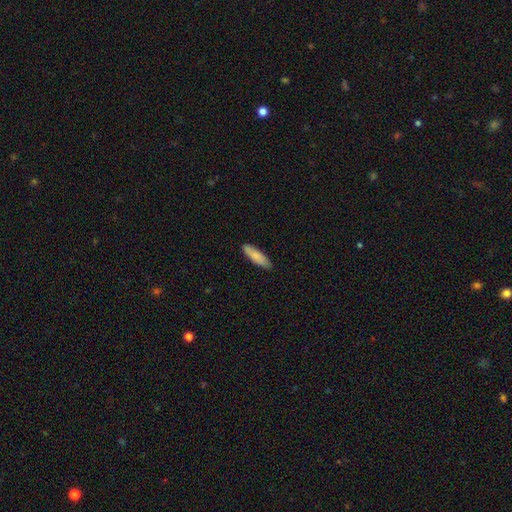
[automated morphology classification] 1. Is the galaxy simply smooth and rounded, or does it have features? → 84% smooth, 11% featured or disk, 5% star or artifact.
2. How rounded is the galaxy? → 62% cigar-shaped, 37% in between, 2% round.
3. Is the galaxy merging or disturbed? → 87% none, 10% minor disturbance, 2% major disturbance, 1% merger.